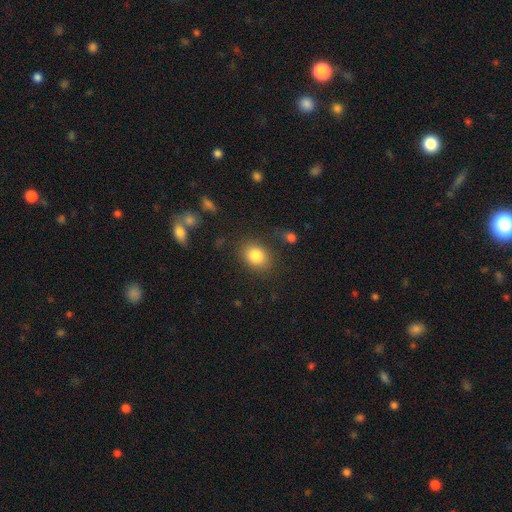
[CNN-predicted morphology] The model was most divided on "how rounded": in between: 54%, round: 45%, cigar-shaped: 1%. More confident: smooth or featured — smooth (83%); merging — none (80%).